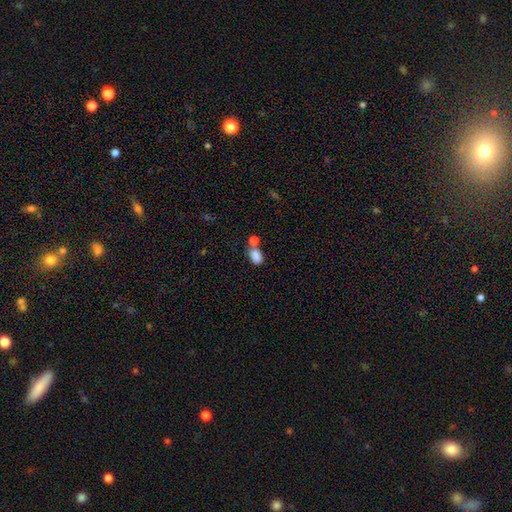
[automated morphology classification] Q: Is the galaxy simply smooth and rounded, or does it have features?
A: smooth — 83%.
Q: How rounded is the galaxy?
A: in between — 85%.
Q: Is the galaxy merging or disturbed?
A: merger — 42%.